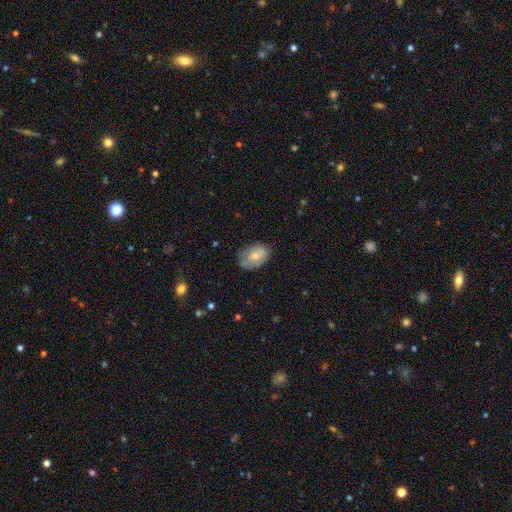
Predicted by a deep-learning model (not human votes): This appears to be a smooth galaxy with no disk features (70%) that is in between round and cigar-shaped (88%). Merging: none (63%).